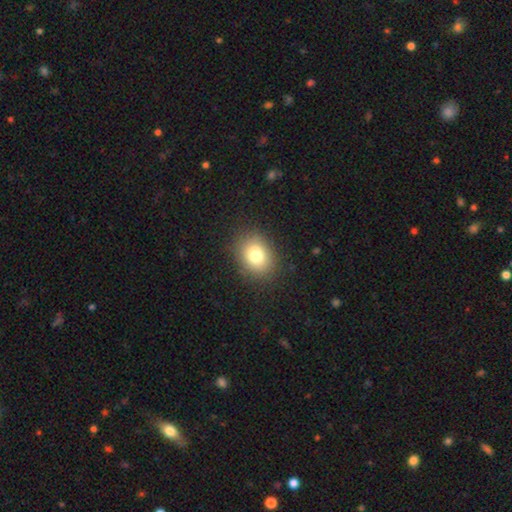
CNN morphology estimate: Smooth or featured: smooth — 78% (star or artifact — 11%)
How rounded: in between — 54% (round — 45%)
Merging: none — 86% (minor disturbance — 10%)